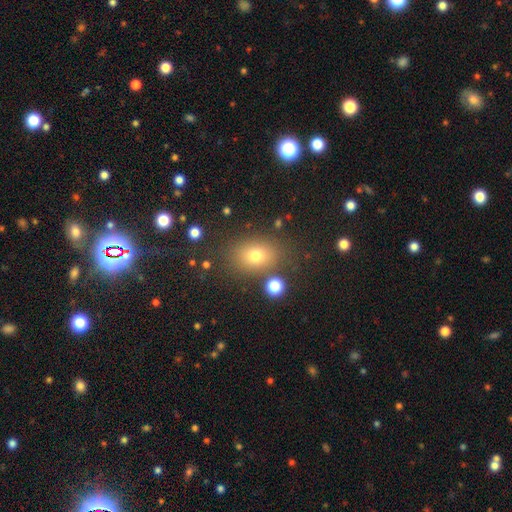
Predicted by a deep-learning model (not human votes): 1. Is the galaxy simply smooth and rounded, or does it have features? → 73% smooth, 16% star or artifact, 12% featured or disk.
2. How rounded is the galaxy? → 64% in between, 34% round, 1% cigar-shaped.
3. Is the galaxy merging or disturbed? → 79% none, 11% minor disturbance, 5% merger, 5% major disturbance.